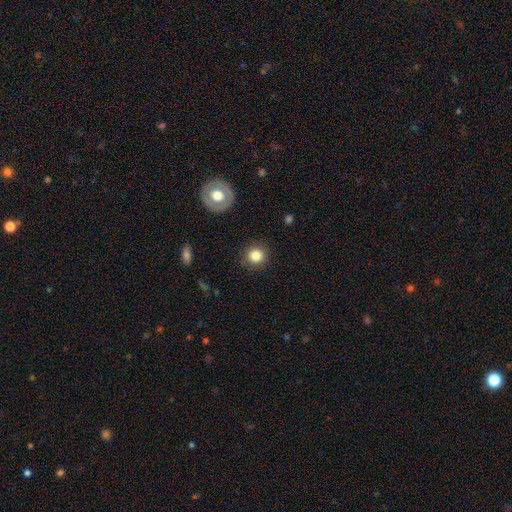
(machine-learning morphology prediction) type=smooth (83%); roundness=round (92%); merging=none (89%).